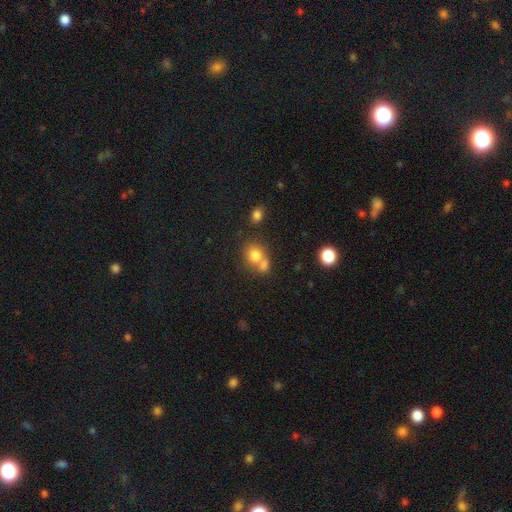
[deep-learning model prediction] Smooth or featured? Predicted: smooth (p=0.77). How rounded? Predicted: round (p=0.71). Merging? Predicted: merger (p=0.49).